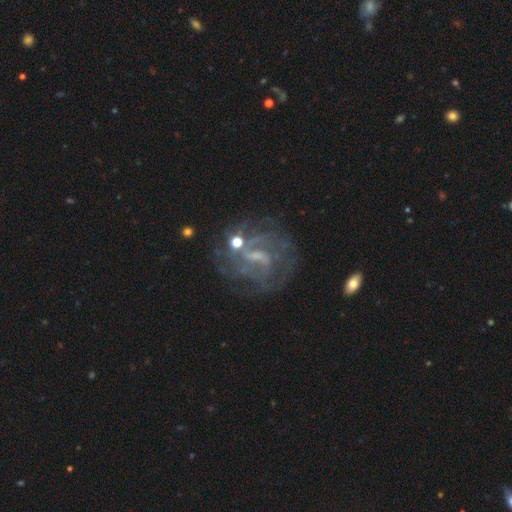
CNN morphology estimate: The model was most divided on "spiral winding": tight: 43%, medium: 40%, loose: 18%. Remaining: edge-on disk — no (96%); spiral arms — yes (82%); smooth or featured — featured or disk (79%); merging — none (64%); bar — weak (50%); bulge size — small (43%); spiral arm count — can't tell (40%).